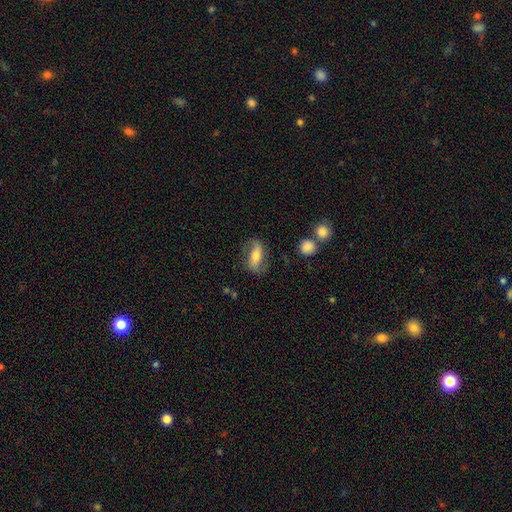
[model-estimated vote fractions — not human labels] smooth_or_featured: featured or disk (p=0.57) [alt: smooth p=0.36]
disk_edge_on: no (p=0.81) [alt: yes p=0.19]
merging: none (p=0.74) [alt: minor disturbance p=0.16]